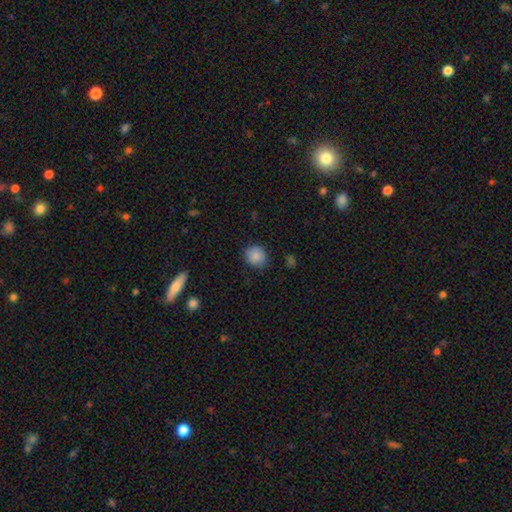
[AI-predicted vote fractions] smooth_or_featured: smooth (p=0.87) [alt: star or artifact p=0.09]
how_rounded: round (p=0.82) [alt: in between p=0.17]
merging: none (p=0.82) [alt: minor disturbance p=0.14]